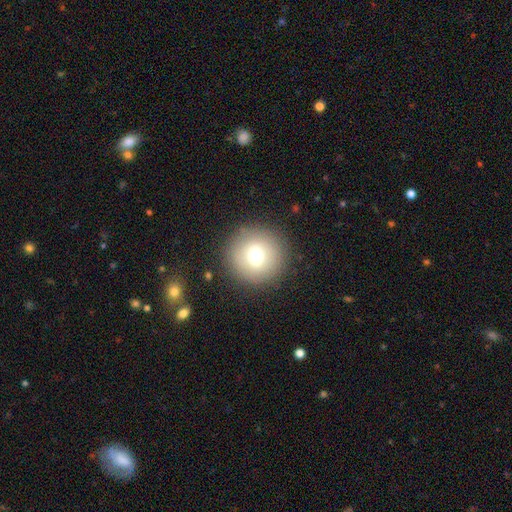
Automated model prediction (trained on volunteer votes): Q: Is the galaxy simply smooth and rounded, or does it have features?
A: smooth — 67%.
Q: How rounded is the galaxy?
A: round — 94%.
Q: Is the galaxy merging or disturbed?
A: none — 87%.